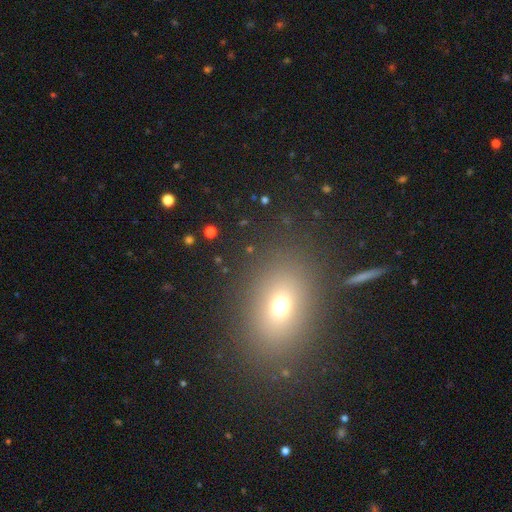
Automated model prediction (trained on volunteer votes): Smooth or featured? Predicted: smooth (p=0.61). How rounded? Predicted: in between (p=0.65). Merging? Predicted: none (p=0.86).